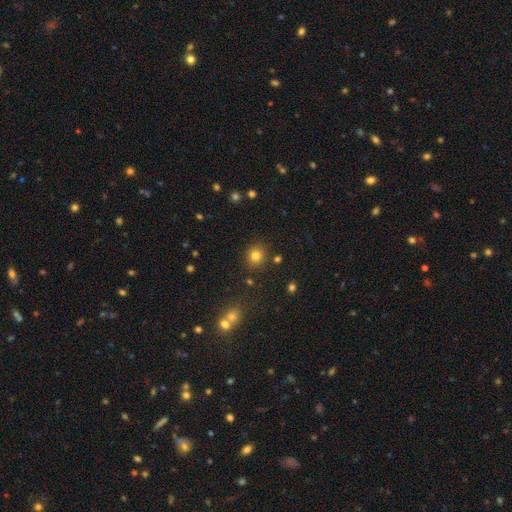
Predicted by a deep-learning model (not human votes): Q: Smooth or featured?
A: smooth (79%); runner-up: star or artifact (14%)
Q: How rounded?
A: round (79%); runner-up: in between (20%)
Q: Merging?
A: none (84%); runner-up: minor disturbance (9%)